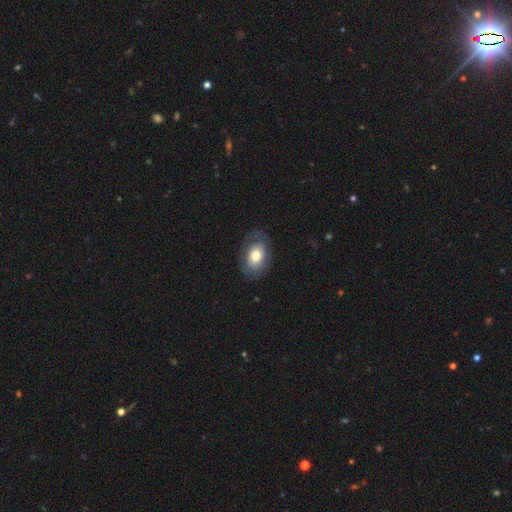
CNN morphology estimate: Overall: smooth (60%; featured or disk 33%). How rounded: in between (80%). Merging: none (72%).